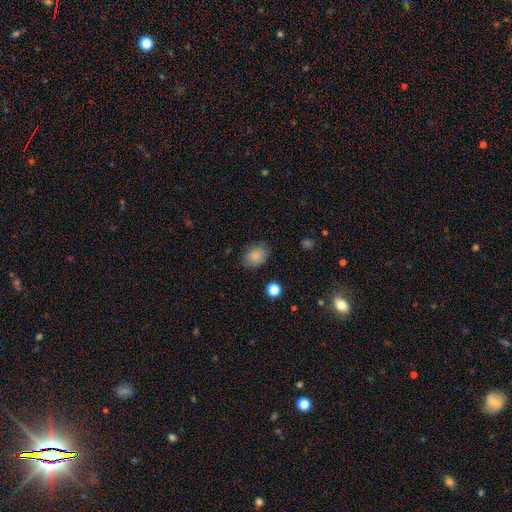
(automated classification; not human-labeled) The model was most divided on "how rounded": in between: 66%, round: 33%, cigar-shaped: 1%. More confident: smooth or featured — smooth (86%); merging — none (81%).